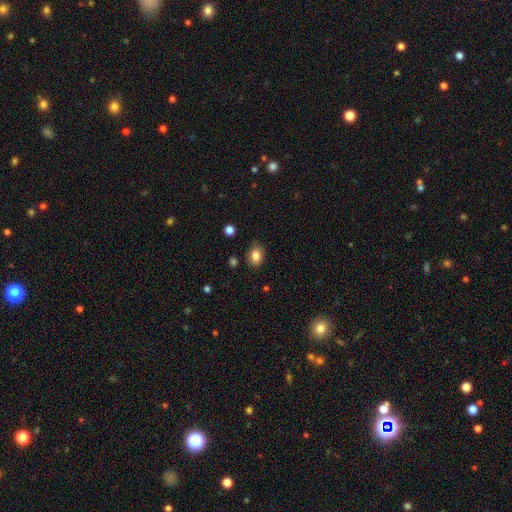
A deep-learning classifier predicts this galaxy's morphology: The model was most divided on "how rounded": in between: 69%, round: 30%, cigar-shaped: 1%. More confident: smooth or featured — smooth (84%); merging — none (83%).